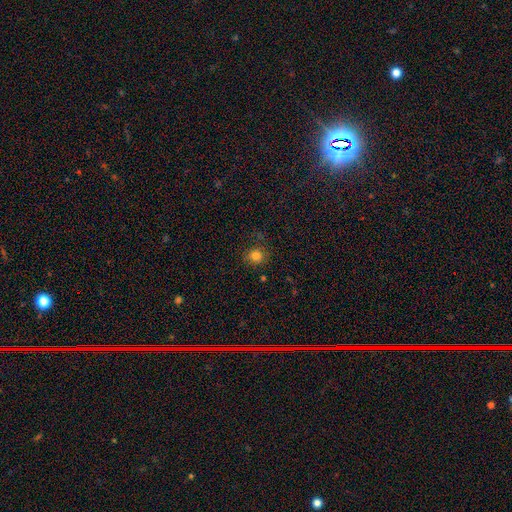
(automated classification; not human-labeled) Smooth or featured? smooth (80%)
How rounded? round (83%)
Merging? none (77%)